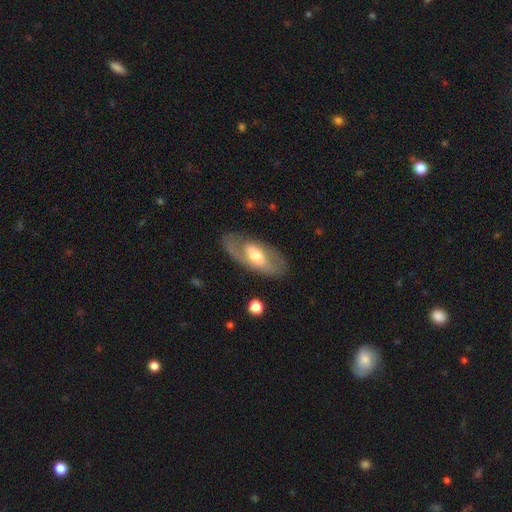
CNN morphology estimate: A featured or disk galaxy (68%) with no bar (39%, tied with weak), spiral arms (68%) and a moderate central bulge (64%). Merging: none (74%).